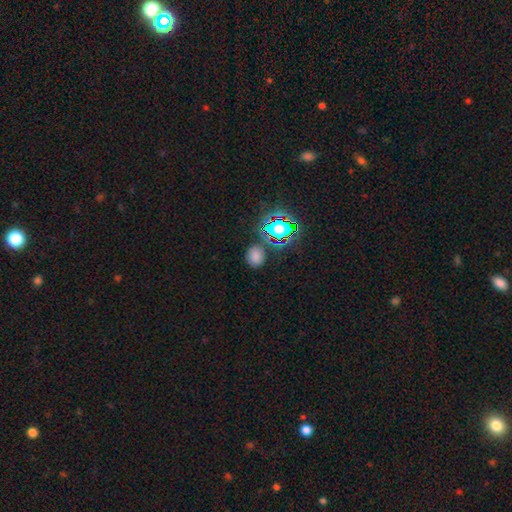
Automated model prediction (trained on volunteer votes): Smooth or featured: smooth — 67% (star or artifact — 26%)
How rounded: round — 62% (in between — 37%)
Merging: none — 79% (minor disturbance — 13%)